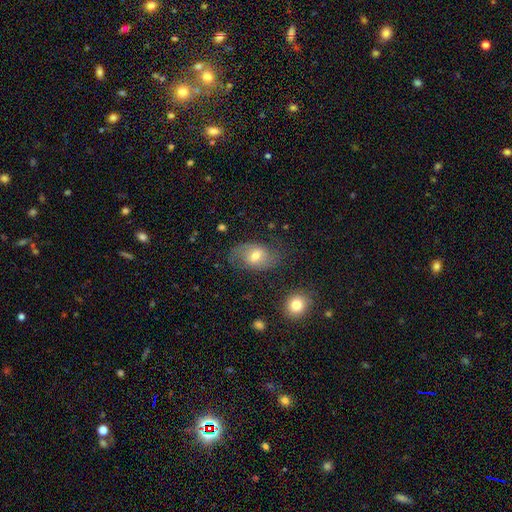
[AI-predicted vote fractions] featured or disk 51%, smooth 39%, star or artifact 10%. Down the decision tree: edge-on disk — no (95%); merging — none (67%).